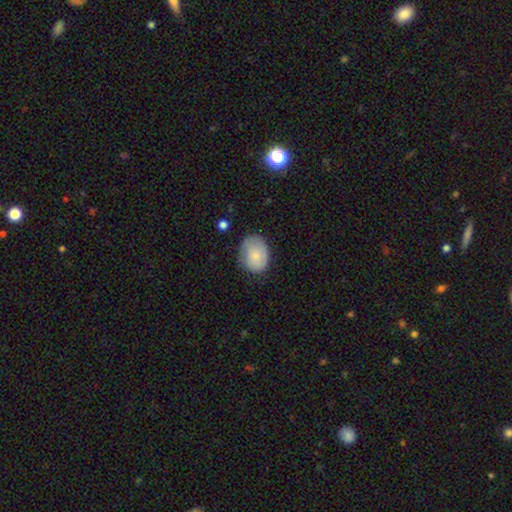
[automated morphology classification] Smooth or featured? Predicted: smooth (p=0.79). How rounded? Predicted: in between (p=0.60). Merging? Predicted: none (p=0.64).